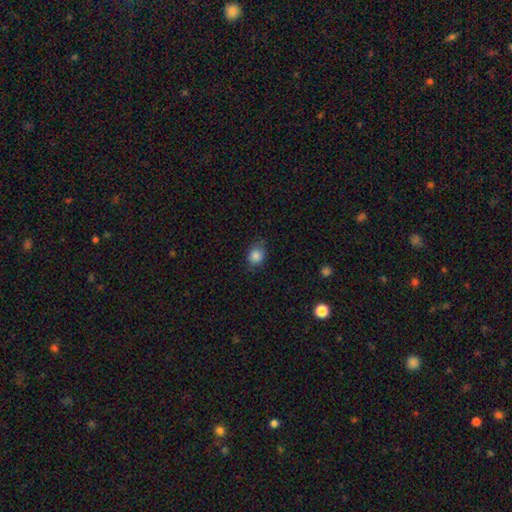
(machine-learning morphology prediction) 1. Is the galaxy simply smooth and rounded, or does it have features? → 85% smooth, 10% star or artifact, 6% featured or disk.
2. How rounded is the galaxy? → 53% round, 45% in between, 1% cigar-shaped.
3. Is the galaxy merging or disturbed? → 72% none, 22% minor disturbance, 5% major disturbance, 1% merger.